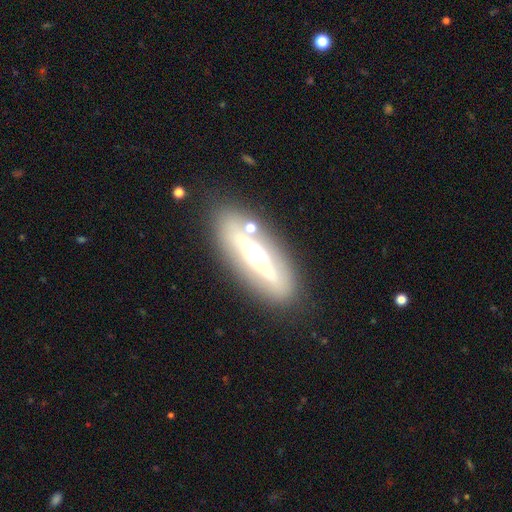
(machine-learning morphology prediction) Smooth or featured? featured or disk (67%)
Edge-on disk? yes (62%)
Merging? none (80%)